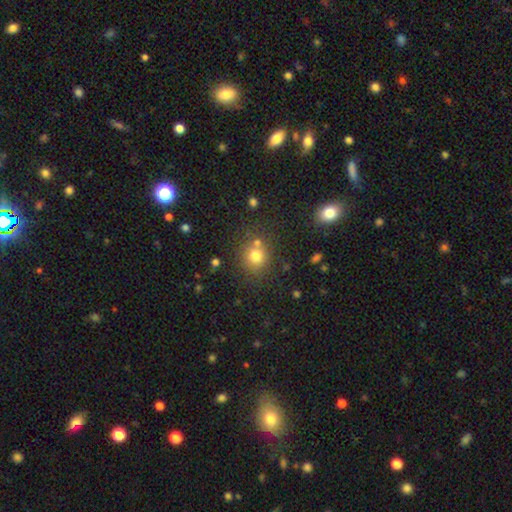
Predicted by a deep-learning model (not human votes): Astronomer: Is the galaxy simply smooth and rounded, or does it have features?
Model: smooth — 76%.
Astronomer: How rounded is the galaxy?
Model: round — 85%.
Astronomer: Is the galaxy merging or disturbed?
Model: none — 71%.